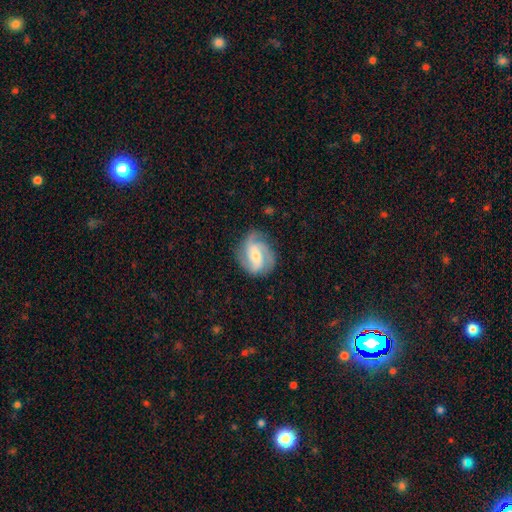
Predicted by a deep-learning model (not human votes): smooth-or-featured: featured or disk: 81% | smooth: 14% | star or artifact: 6%
  disk-edge-on: no: 97% | yes: 3%
    bar: no: 43% | weak: 40% | strong: 18%
    has-spiral-arms: yes: 96% | no: 4%
      spiral-winding: medium: 49% | tight: 32% | loose: 19%
      spiral-arm-count: 3: 57% | 2: 18% | 4: 10% | can't tell: 9% | 1: 3% | more than 4: 3%
    bulge-size: moderate: 47% | small: 46% | large: 4% | none: 2% | dominant: 1%
  merging: none: 76% | minor disturbance: 17% | major disturbance: 7% | merger: 1%